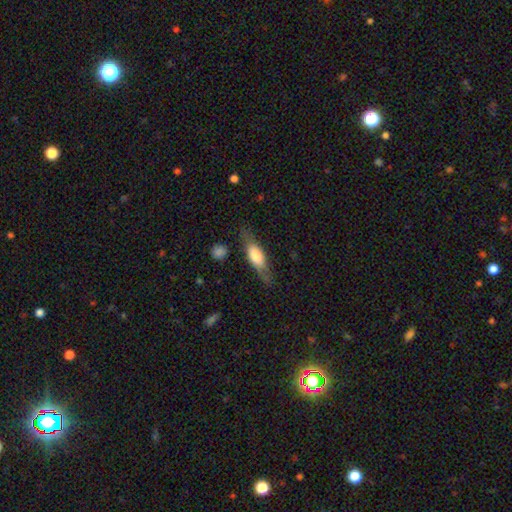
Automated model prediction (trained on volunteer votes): Smooth or featured? Predicted: smooth (p=0.58). How rounded? Predicted: in between (p=0.52). Merging? Predicted: none (p=0.71).